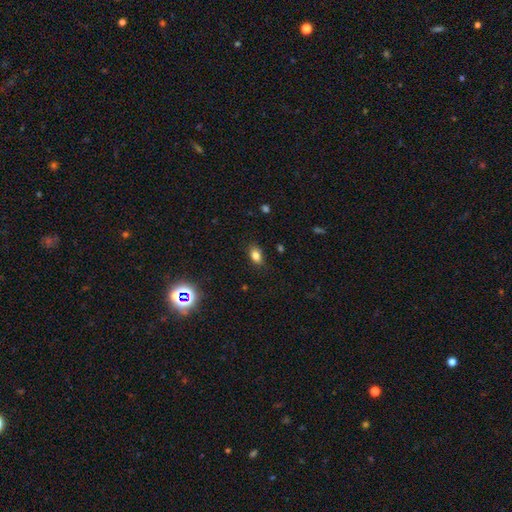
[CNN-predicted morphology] type=smooth (81%); roundness=in between (82%); merging=none (82%).